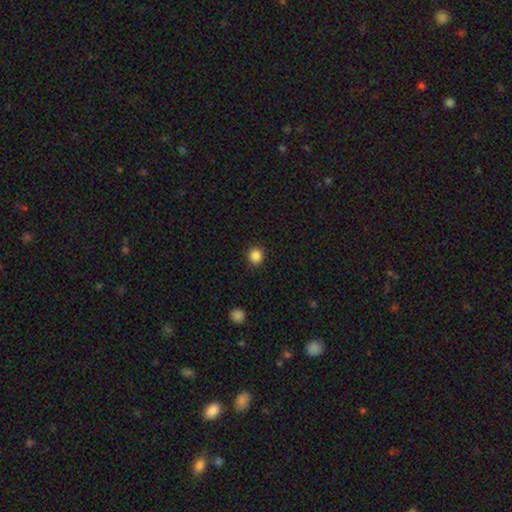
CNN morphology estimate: smooth_or_featured: smooth (p=0.86) [alt: star or artifact p=0.11]
how_rounded: round (p=0.92) [alt: in between p=0.07]
merging: none (p=0.91) [alt: minor disturbance p=0.06]